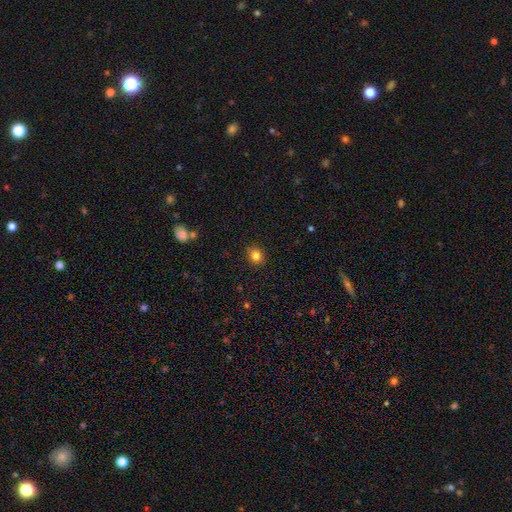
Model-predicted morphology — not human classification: This appears to be a smooth galaxy with no disk features (83%) that is round (75%). Merging: none (90%).